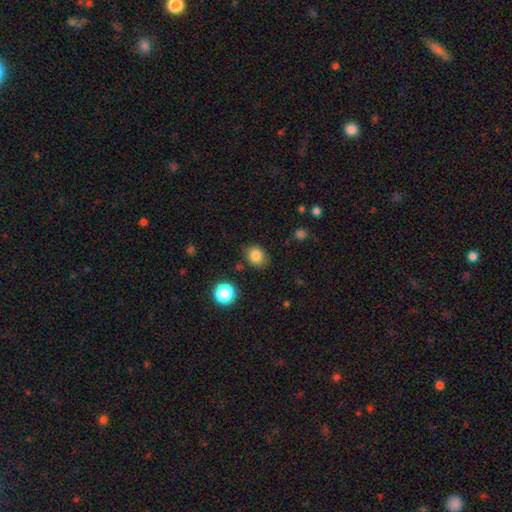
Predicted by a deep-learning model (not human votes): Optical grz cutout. It shows a smooth galaxy with no disk features (83%) that is round (52%). Merging: none (81%).